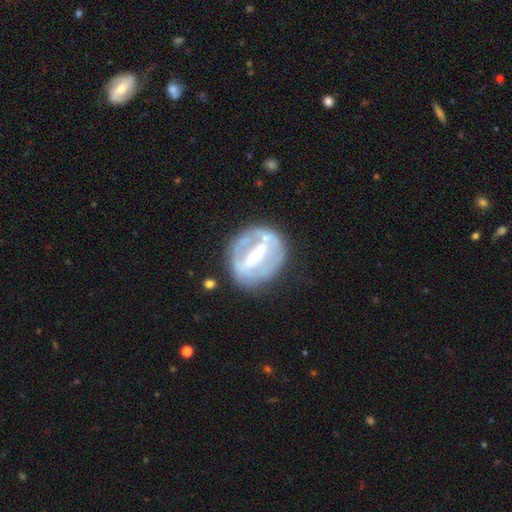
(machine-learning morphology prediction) This appears to be a featured or disk galaxy (73%) with a strong bar (77%), no spiral arms (69%) and a moderate central bulge (42%). Merging: none (68%).